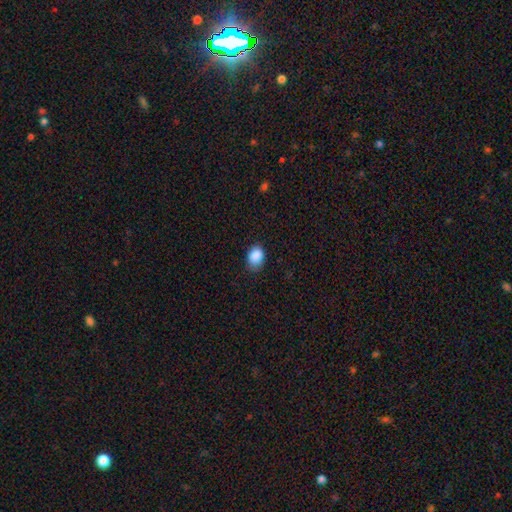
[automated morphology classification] Smooth or featured? smooth (88%)
How rounded? in between (71%)
Merging? none (72%)